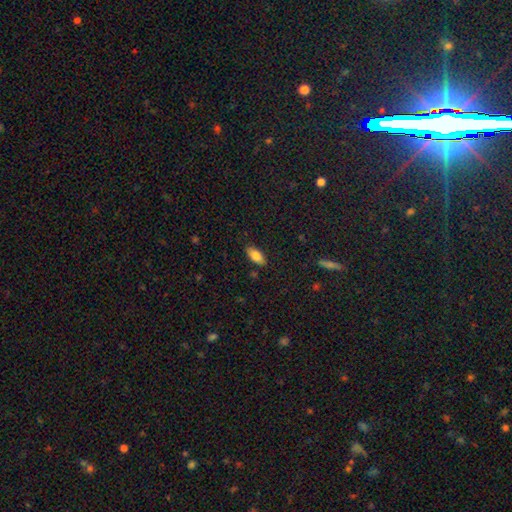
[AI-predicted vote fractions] Smooth or featured: smooth — 82% (featured or disk — 11%)
How rounded: in between — 88% (cigar-shaped — 10%)
Merging: none — 87% (minor disturbance — 10%)